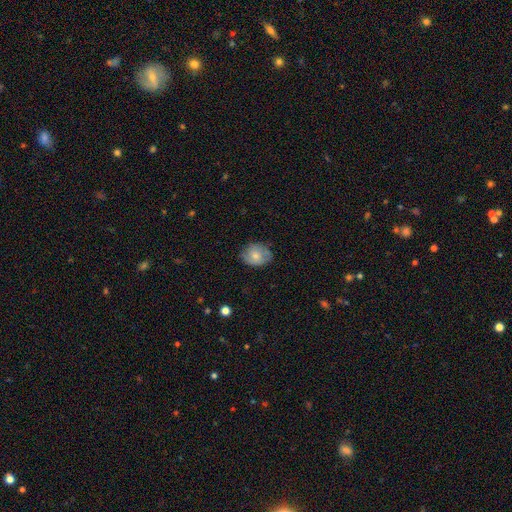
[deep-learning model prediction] Smooth or featured? Predicted: smooth (p=0.71). How rounded? Predicted: in between (p=0.58). Merging? Predicted: none (p=0.74).